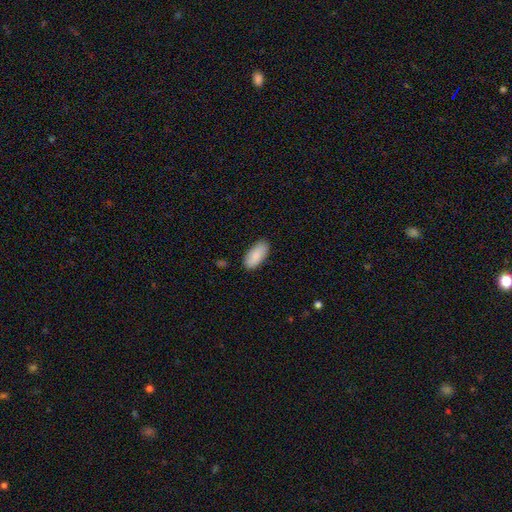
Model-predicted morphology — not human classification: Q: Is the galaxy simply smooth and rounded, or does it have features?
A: smooth — 88%.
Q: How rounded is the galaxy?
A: in between — 91%.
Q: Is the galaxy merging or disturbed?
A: none — 85%.